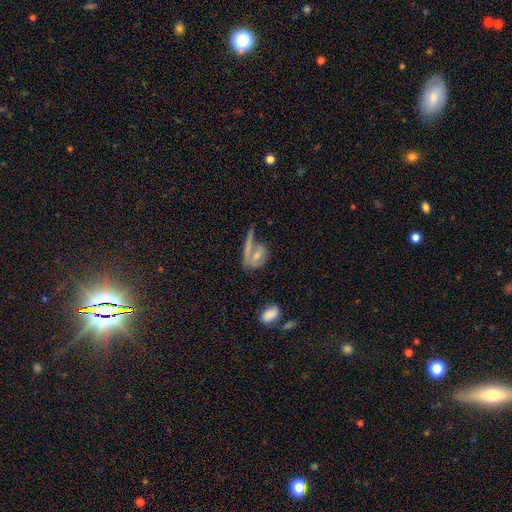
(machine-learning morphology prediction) Smooth or featured?
  - smooth: 50% *
  - featured or disk: 40%
  - star or artifact: 10%
How rounded?
  - in between: 65% *
  - round: 25%
  - cigar-shaped: 10%
Merging?
  - none: 35% *
  - merger: 31%
  - major disturbance: 18%
  - minor disturbance: 15%